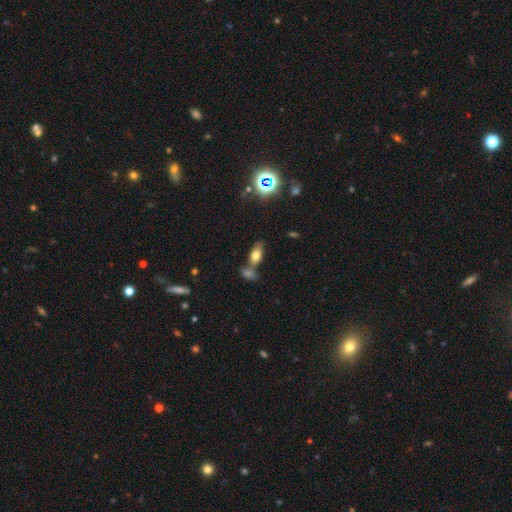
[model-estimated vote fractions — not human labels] A smooth galaxy with no disk features (68%) that is in between round and cigar-shaped (82%).

Vote fractions:
- Smooth or featured? smooth: 68% / featured or disk: 19% / star or artifact: 13%
- How rounded? in between: 82% / cigar-shaped: 11% / round: 7%
- Merging? none: 51% / merger: 34% / minor disturbance: 11% / major disturbance: 4%